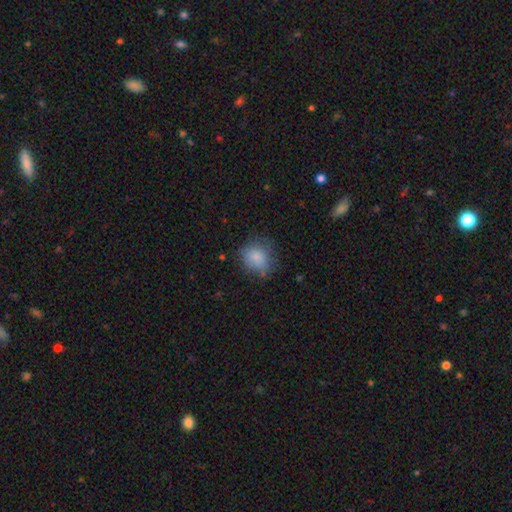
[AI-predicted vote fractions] The model was most divided on "merging": none: 67%, minor disturbance: 23%, major disturbance: 7%, merger: 2%. More confident: smooth or featured — smooth (82%); how rounded — round (75%).